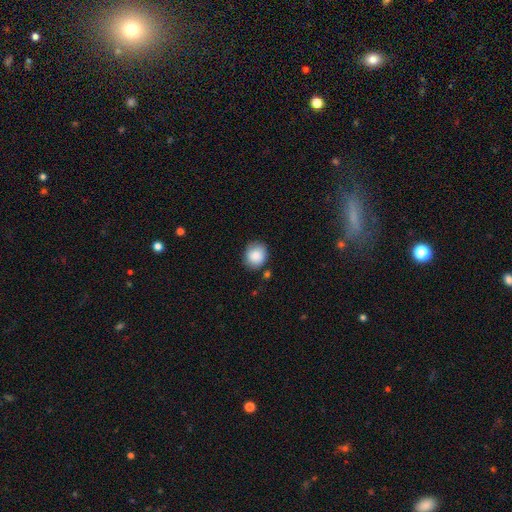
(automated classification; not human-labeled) Smooth or featured: smooth — 86% (star or artifact — 8%)
How rounded: round — 77% (in between — 22%)
Merging: none — 79% (minor disturbance — 15%)